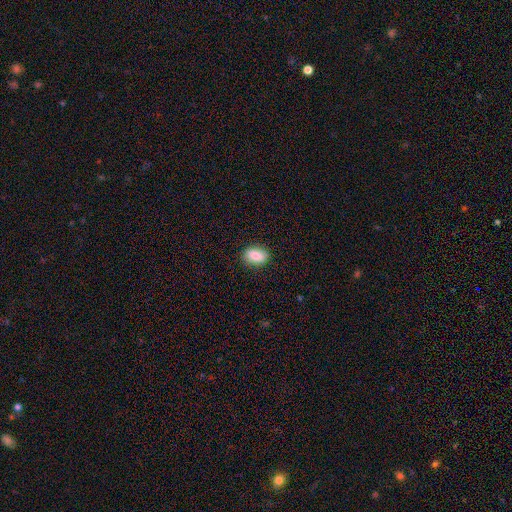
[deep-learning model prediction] The model was most divided on "how rounded": in between: 85%, round: 13%, cigar-shaped: 2%. More confident: smooth or featured — smooth (88%); merging — none (86%).